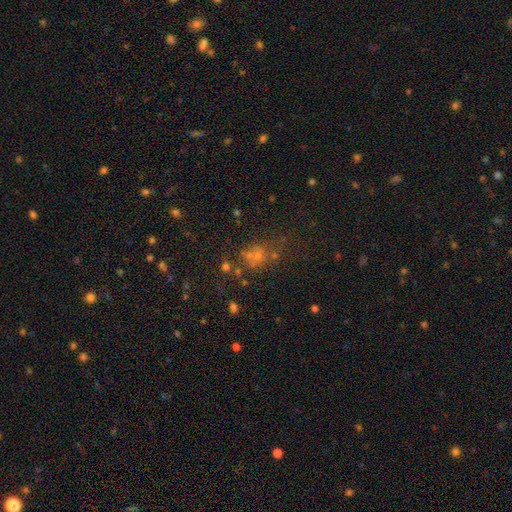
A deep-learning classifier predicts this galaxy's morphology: The model was most divided on "smooth or featured": smooth: 45%, star or artifact: 37%, featured or disk: 18%. More confident: merging — none (51%).